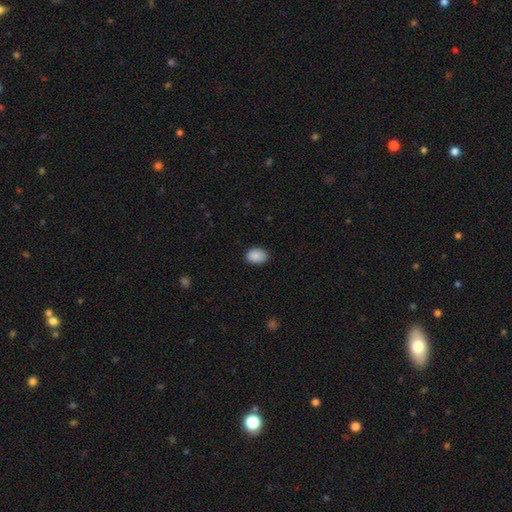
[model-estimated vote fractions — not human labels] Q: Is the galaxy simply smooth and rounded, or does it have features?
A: smooth — 89%.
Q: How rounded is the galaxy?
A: in between — 77%.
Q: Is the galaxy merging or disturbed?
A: none — 86%.